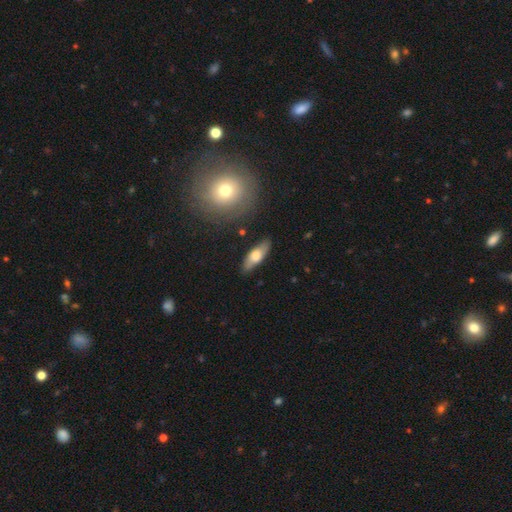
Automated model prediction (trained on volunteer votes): A smooth galaxy with no disk features (63%) that is in between round and cigar-shaped (63%). Merging: none (83%).